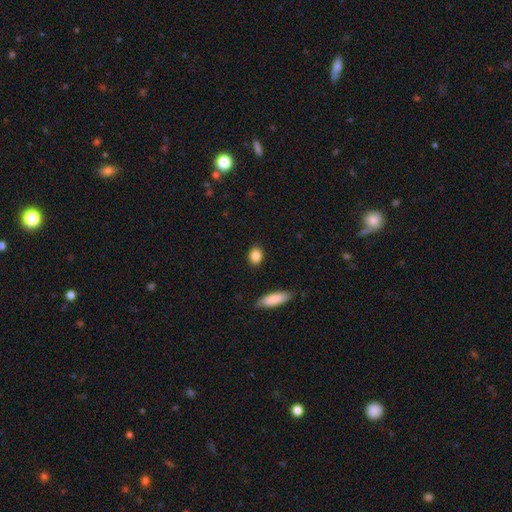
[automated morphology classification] smooth 86%, star or artifact 8%, featured or disk 6%. Down the decision tree: how rounded — in between (61%); merging — none (89%).